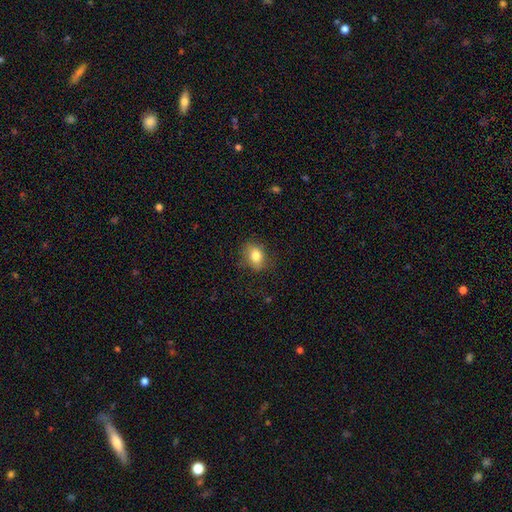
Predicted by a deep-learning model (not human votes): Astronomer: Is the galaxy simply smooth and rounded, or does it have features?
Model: smooth — 81%.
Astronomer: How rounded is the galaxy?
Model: in between — 62%.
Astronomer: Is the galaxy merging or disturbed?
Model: none — 75%.